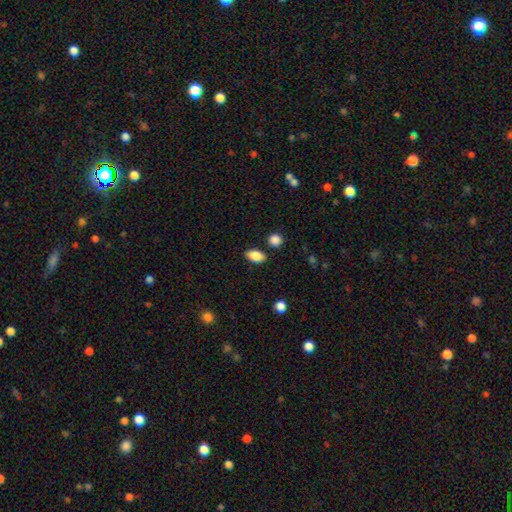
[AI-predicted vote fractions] smooth-or-featured: smooth: 86% | star or artifact: 8% | featured or disk: 6%
  how-rounded: in between: 88% | round: 9% | cigar-shaped: 3%
  merging: none: 83% | minor disturbance: 11% | merger: 4% | major disturbance: 3%